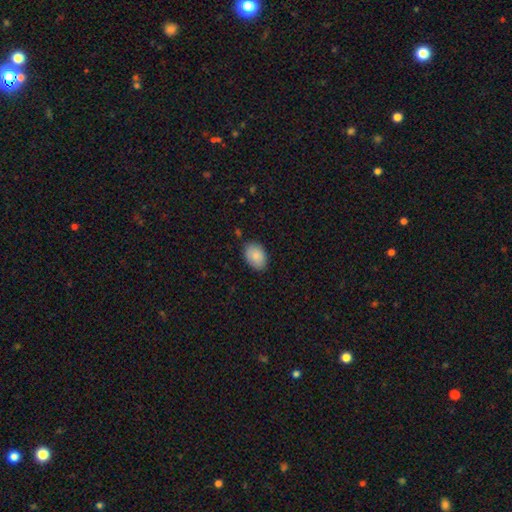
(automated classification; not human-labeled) Smooth or featured? smooth (85%)
How rounded? in between (85%)
Merging? none (85%)